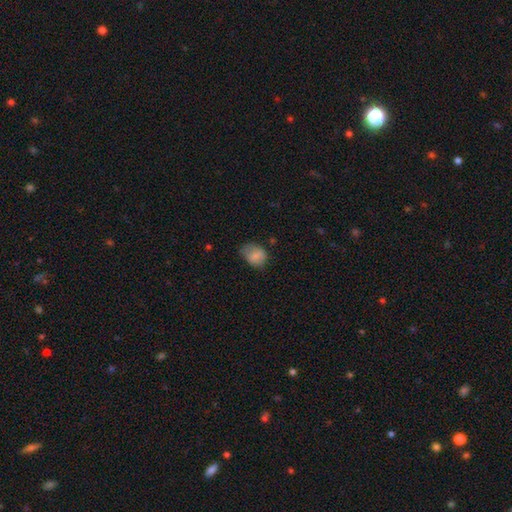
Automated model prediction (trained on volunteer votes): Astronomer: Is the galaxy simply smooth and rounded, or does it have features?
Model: smooth — 78%.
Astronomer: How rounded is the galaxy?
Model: in between — 64%.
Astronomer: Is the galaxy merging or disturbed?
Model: none — 55% (runner-up: minor disturbance, 32%).